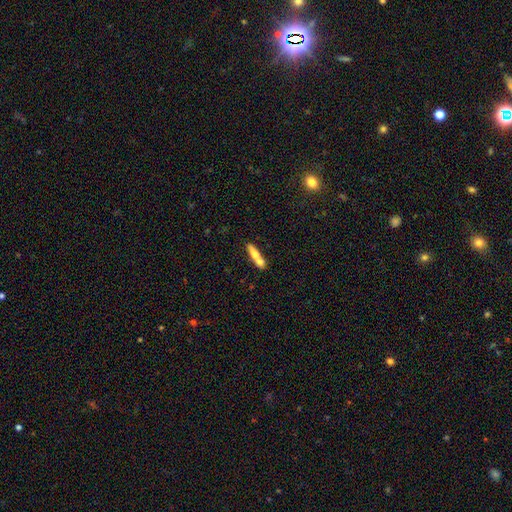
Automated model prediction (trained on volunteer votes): Smooth or featured?
  - smooth: 64% *
  - featured or disk: 29%
  - star or artifact: 7%
How rounded?
  - cigar-shaped: 75% *
  - in between: 22%
  - round: 3%
Merging?
  - none: 44% *
  - merger: 40%
  - minor disturbance: 11%
  - major disturbance: 4%